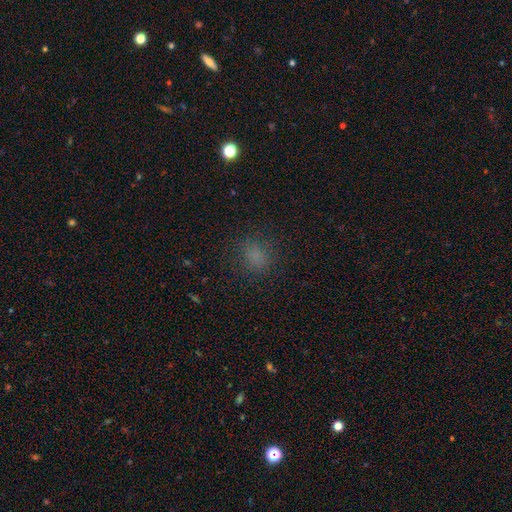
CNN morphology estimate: Q: Smooth or featured?
A: smooth (75%); runner-up: star or artifact (19%)
Q: How rounded?
A: round (73%); runner-up: in between (25%)
Q: Merging?
A: none (82%); runner-up: minor disturbance (11%)